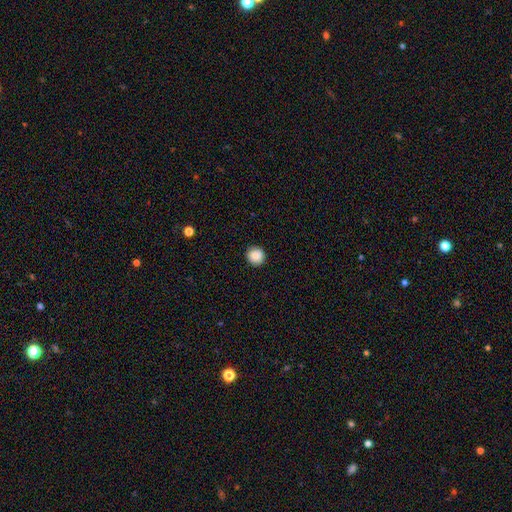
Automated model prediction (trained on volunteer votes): Smooth or featured? Predicted: smooth (p=0.88). How rounded? Predicted: round (p=0.93). Merging? Predicted: none (p=0.91).